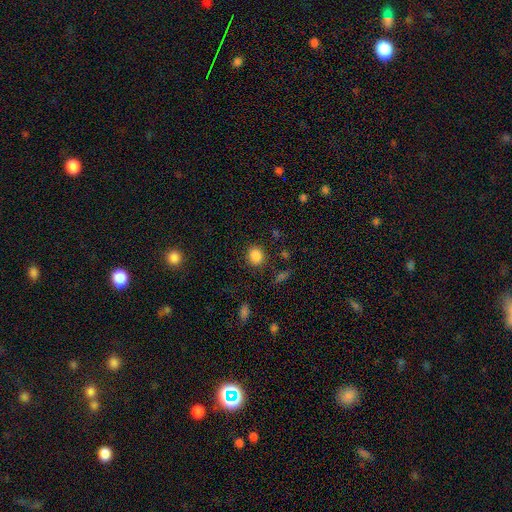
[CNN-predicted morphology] smooth-or-featured: smooth: 85% | star or artifact: 10% | featured or disk: 4%
  how-rounded: round: 65% | in between: 34% | cigar-shaped: 1%
  merging: none: 85% | minor disturbance: 10% | major disturbance: 3% | merger: 2%